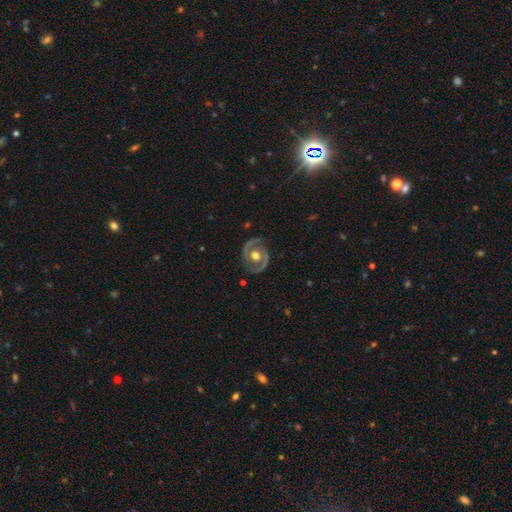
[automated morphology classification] Smooth or featured?
  - featured or disk: 84% *
  - smooth: 11%
  - star or artifact: 4%
Edge-on disk?
  - no: 97% *
  - yes: 3%
Bar?
  - no: 69% *
  - weak: 23%
  - strong: 8%
Spiral arms?
  - yes: 87% *
  - no: 13%
Spiral winding?
  - medium: 49% *
  - tight: 38%
  - loose: 13%
Spiral arm count?
  - 2: 89% *
  - 1: 5%
  - can't tell: 4%
  - 3: 1%
  - 4: 1%
  - more than 4: 1%
Bulge size?
  - moderate: 71% *
  - large: 22%
  - small: 5%
  - dominant: 1%
  - none: 1%
Merging?
  - none: 84% *
  - minor disturbance: 11%
  - major disturbance: 4%
  - merger: 1%